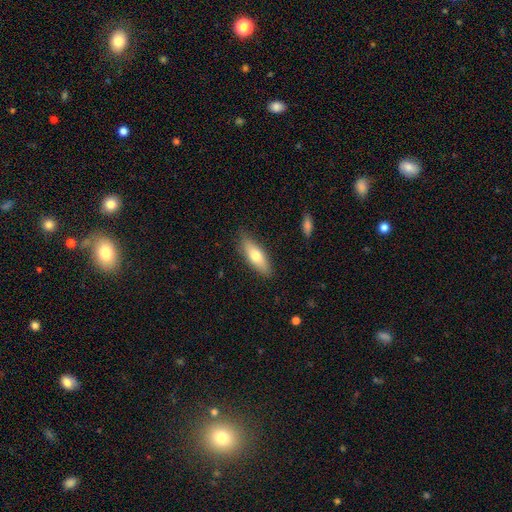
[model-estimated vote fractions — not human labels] A smooth galaxy with no disk features (66%) that is in between round and cigar-shaped (56%). Merging: none (86%).